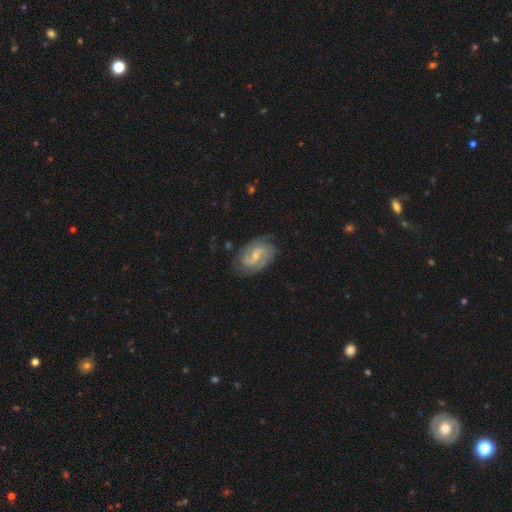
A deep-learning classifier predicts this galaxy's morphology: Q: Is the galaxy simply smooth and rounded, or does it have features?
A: featured or disk — 84%.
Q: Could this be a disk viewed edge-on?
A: no — 97%.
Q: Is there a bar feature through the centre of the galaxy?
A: weak — 56%.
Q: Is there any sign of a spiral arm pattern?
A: yes — 96%.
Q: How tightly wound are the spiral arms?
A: medium — 44%.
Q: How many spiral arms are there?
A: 2 — 71%.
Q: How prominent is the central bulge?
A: small — 64%.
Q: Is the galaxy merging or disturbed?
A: none — 75%.